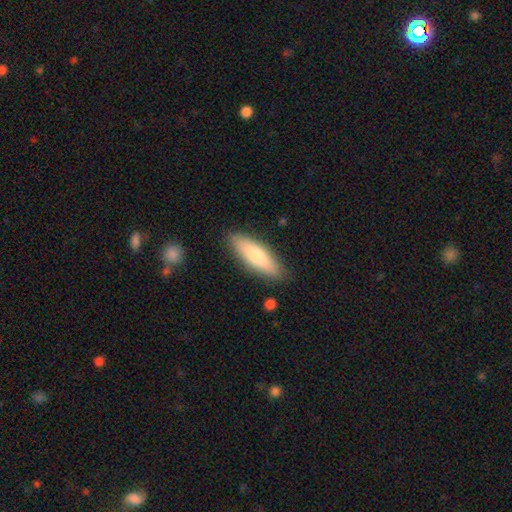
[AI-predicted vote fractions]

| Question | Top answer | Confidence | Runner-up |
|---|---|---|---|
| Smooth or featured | smooth | 74% | featured or disk (21%) |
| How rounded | cigar-shaped | 51% | in between (47%) |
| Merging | none | 86% | minor disturbance (10%) |